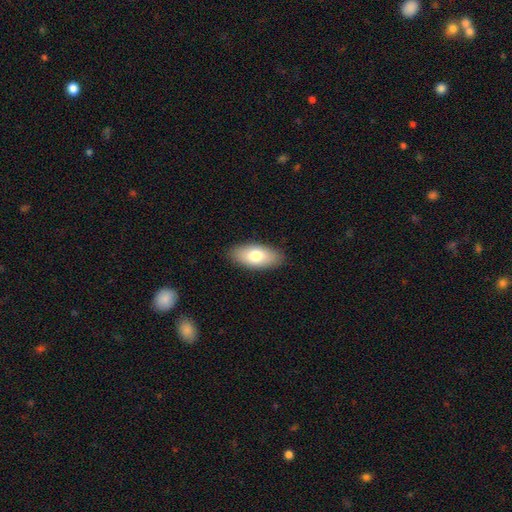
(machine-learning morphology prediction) Smooth or featured? smooth (76%)
How rounded? in between (90%)
Merging? none (88%)